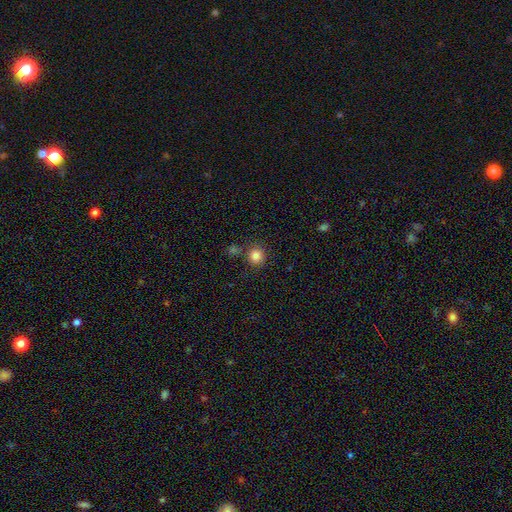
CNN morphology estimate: smooth_or_featured: smooth (p=0.83) [alt: star or artifact p=0.12]
how_rounded: round (p=0.90) [alt: in between p=0.09]
merging: none (p=0.78) [alt: minor disturbance p=0.09]